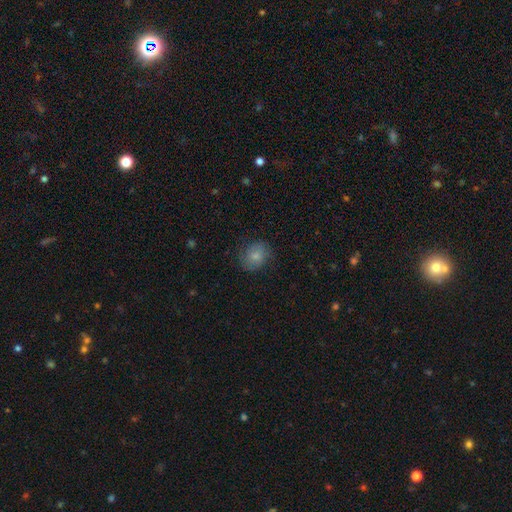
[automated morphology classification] smooth 78%, featured or disk 13%, star or artifact 8%. Down the decision tree: how rounded — round (57%); merging — none (77%).